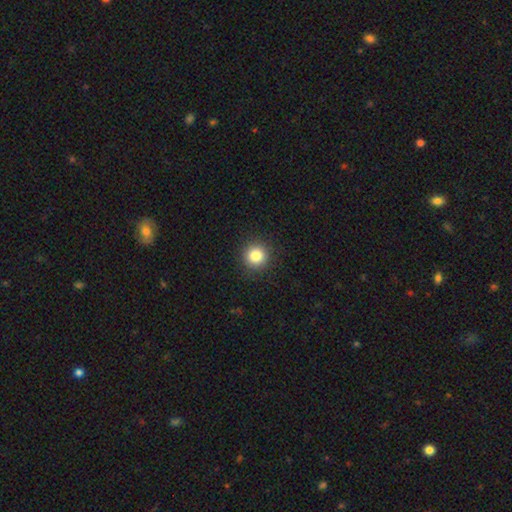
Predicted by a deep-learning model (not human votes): Smooth or featured? Predicted: smooth (p=0.84). How rounded? Predicted: round (p=0.94). Merging? Predicted: none (p=0.92).